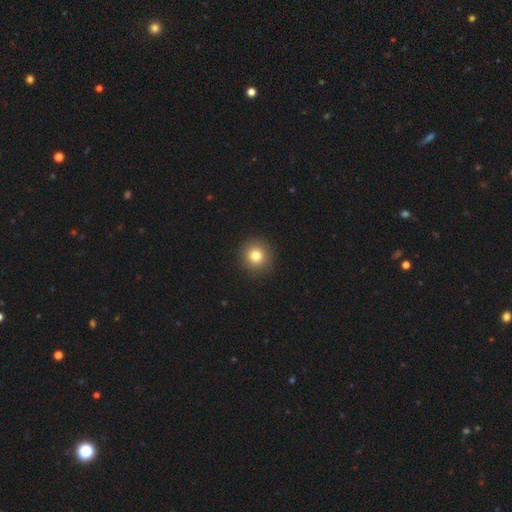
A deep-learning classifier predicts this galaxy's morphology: type=smooth (80%); roundness=round (93%); merging=none (92%).